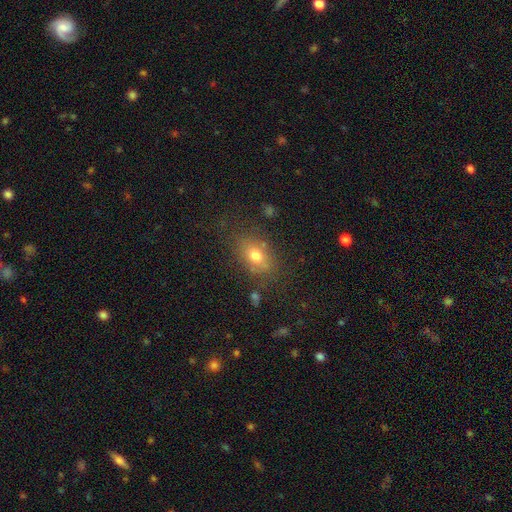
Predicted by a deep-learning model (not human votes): smooth_or_featured: smooth (p=0.73) [alt: featured or disk p=0.15]
how_rounded: in between (p=0.77) [alt: round p=0.21]
merging: none (p=0.73) [alt: minor disturbance p=0.16]